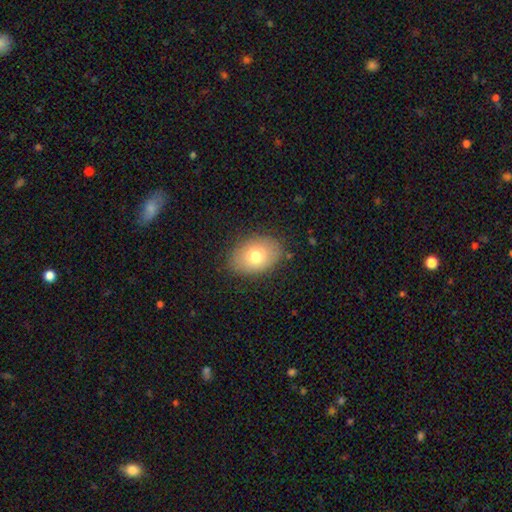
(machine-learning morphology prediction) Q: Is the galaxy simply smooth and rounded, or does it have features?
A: smooth — 75%.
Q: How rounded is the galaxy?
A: in between — 80%.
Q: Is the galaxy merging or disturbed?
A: none — 85%.